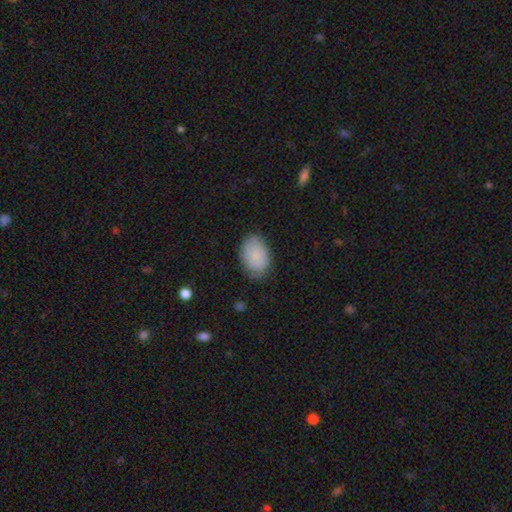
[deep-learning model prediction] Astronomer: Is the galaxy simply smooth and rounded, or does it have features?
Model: smooth — 85%.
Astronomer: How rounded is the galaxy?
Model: in between — 86%.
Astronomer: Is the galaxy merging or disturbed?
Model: none — 77%.